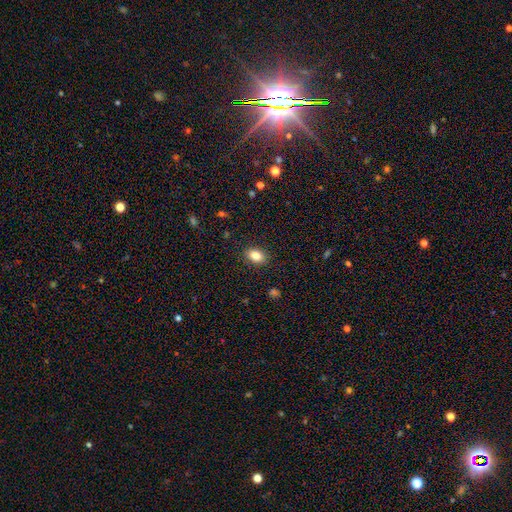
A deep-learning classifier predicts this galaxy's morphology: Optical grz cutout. It shows a smooth galaxy with no disk features (84%) that is in between round and cigar-shaped (81%). Merging: none (88%).